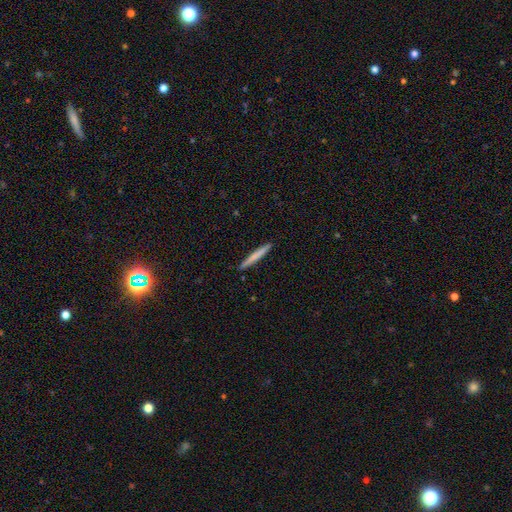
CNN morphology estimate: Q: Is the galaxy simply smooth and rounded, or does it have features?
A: smooth — 68%.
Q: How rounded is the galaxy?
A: cigar-shaped — 97%.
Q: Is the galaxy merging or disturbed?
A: none — 92%.